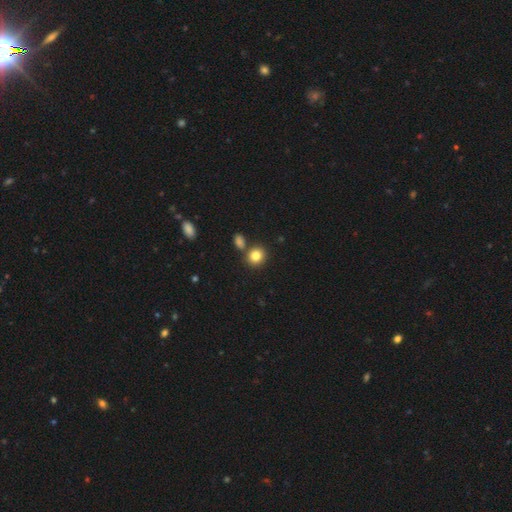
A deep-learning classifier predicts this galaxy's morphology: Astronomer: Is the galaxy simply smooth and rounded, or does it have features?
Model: smooth — 83%.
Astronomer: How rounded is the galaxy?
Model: round — 75%.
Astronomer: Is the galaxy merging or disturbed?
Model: none — 73%.